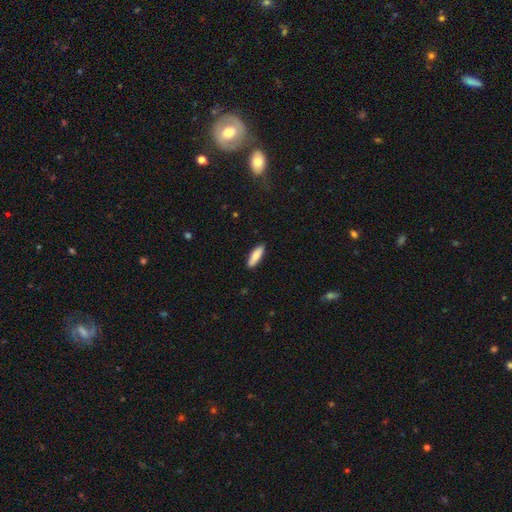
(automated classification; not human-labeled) Smooth or featured? smooth (83%)
How rounded? cigar-shaped (55%)
Merging? none (87%)